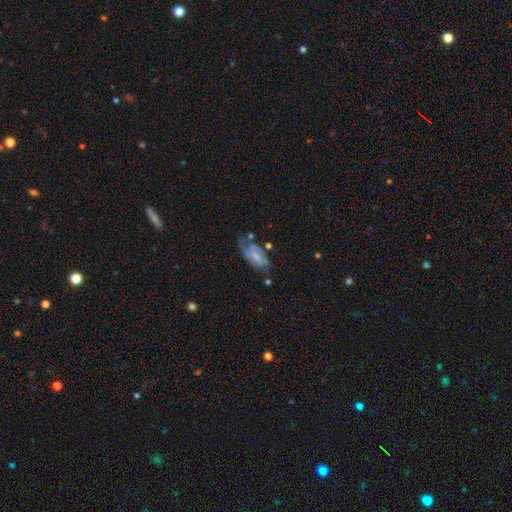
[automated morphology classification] type=featured or disk (55%); edge-on=no (92%); bar=no (44%); spiral arms=yes (74%); bulge=small (43%); merging=none (44%).